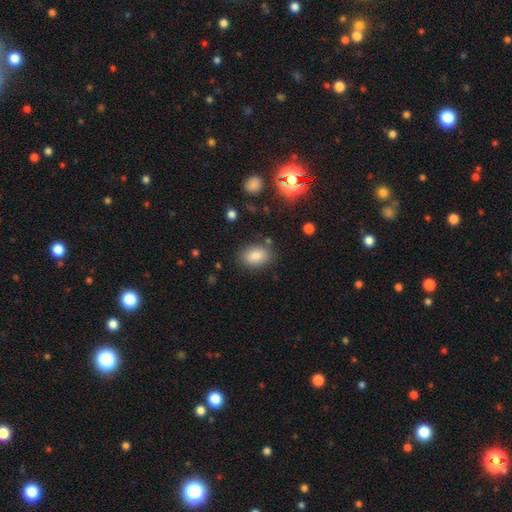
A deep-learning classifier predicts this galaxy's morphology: The model was most divided on "how rounded": in between: 84%, round: 15%, cigar-shaped: 1%. More confident: smooth or featured — smooth (84%); merging — none (82%).